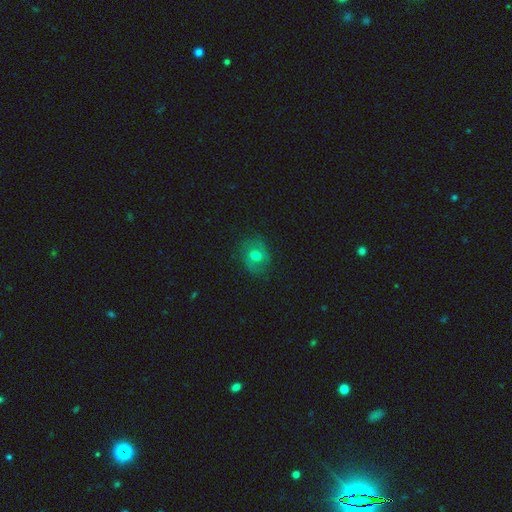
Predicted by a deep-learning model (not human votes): A smooth galaxy with no disk features (49%). Merging: none (77%).